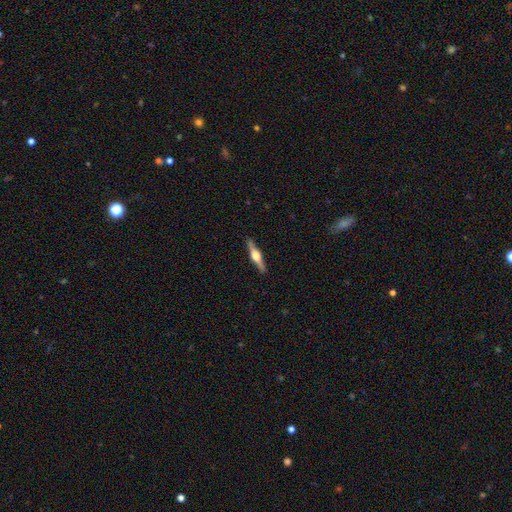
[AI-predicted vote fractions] Smooth or featured? Predicted: featured or disk (p=0.77). Edge-on disk? Predicted: yes (p=0.98). Edge-on bulge? Predicted: rounded (p=0.94). Merging? Predicted: none (p=0.91).